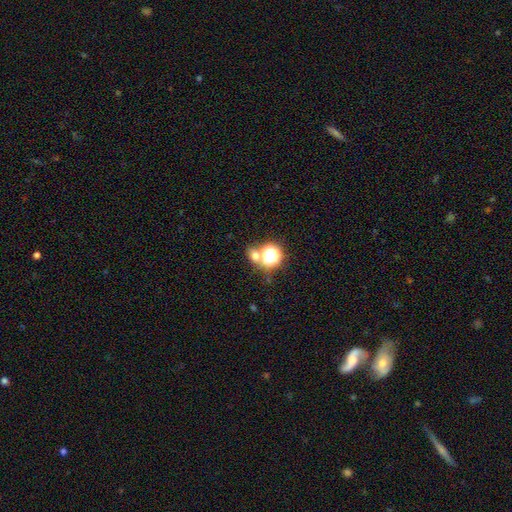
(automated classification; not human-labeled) This appears to be a smooth galaxy with no disk features (60%) that is round (72%). Merging: none (61%).